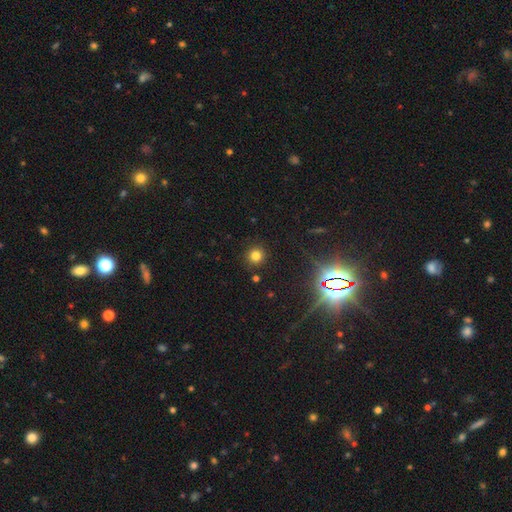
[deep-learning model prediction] Smooth or featured?
  - smooth: 76% *
  - star or artifact: 18%
  - featured or disk: 6%
How rounded?
  - round: 93% *
  - in between: 6%
  - cigar-shaped: 1%
Merging?
  - none: 89% *
  - minor disturbance: 6%
  - major disturbance: 2%
  - merger: 2%